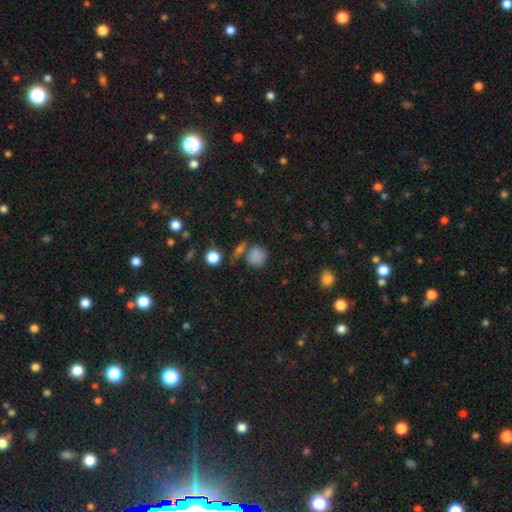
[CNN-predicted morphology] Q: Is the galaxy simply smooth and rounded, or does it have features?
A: smooth — 79%.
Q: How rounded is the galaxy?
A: round — 82%.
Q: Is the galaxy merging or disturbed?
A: none — 62%.